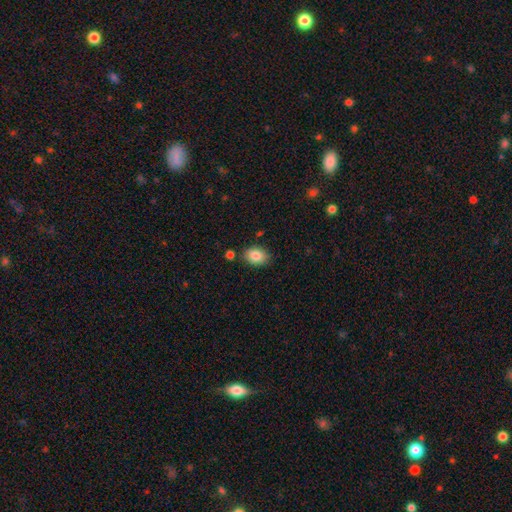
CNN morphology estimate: smooth-or-featured: smooth: 86% | star or artifact: 8% | featured or disk: 6%
  how-rounded: in between: 73% | round: 26% | cigar-shaped: 1%
  merging: none: 81% | minor disturbance: 12% | merger: 4% | major disturbance: 3%